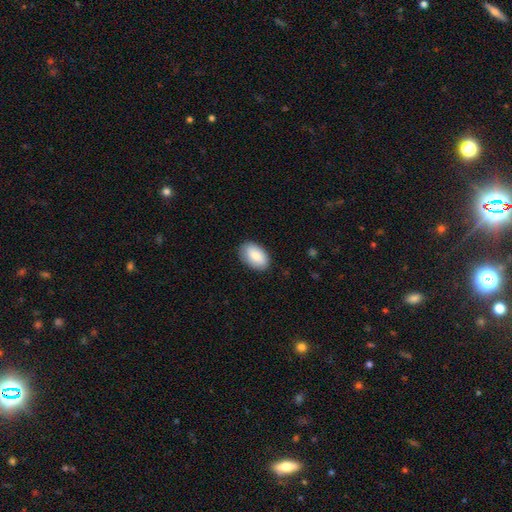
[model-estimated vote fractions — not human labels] Morphology: type=smooth (85%); roundness=in between (93%); merging=none (85%).